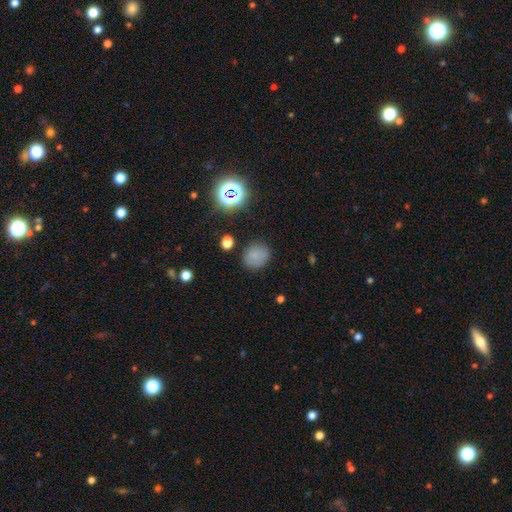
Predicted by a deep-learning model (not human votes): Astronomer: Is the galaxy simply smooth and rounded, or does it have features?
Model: smooth — 77%.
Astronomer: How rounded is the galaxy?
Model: round — 79%.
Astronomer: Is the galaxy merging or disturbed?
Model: none — 83%.